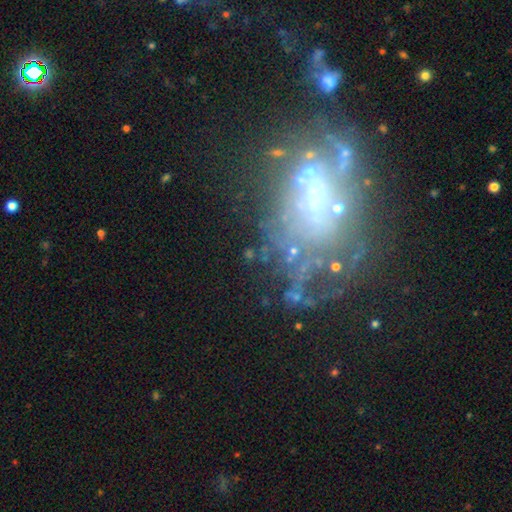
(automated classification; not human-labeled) Overall: featured or disk (62%). Edge-on disk: no (95%). Bar: no (68%). Spiral arms: no (63%; yes 37%). Bulge size: none (40%; small 33%). Merging: none (43%; major disturbance 30%).